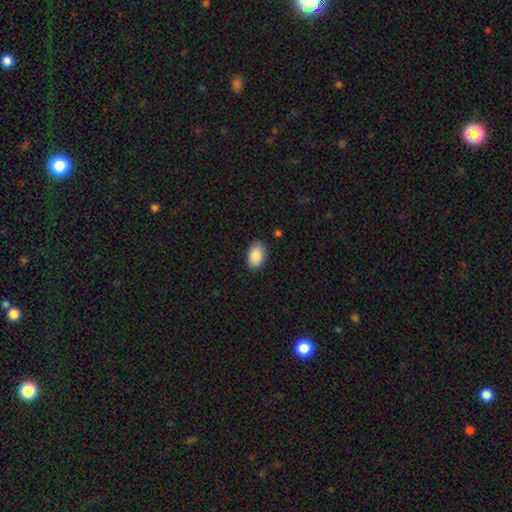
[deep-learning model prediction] Morphology: type=smooth (89%); roundness=in between (88%); merging=none (86%).